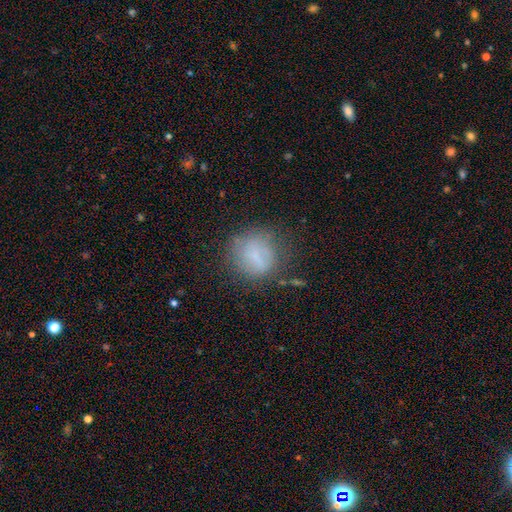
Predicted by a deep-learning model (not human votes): smooth 62%, featured or disk 24%, star or artifact 13%. Down the decision tree: how rounded — round (77%); merging — none (70%).